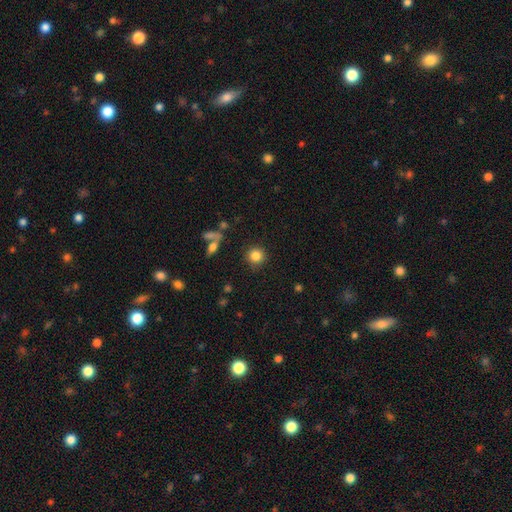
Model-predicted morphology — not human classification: Overall: smooth (84%). How rounded: round (92%). Merging: none (87%).